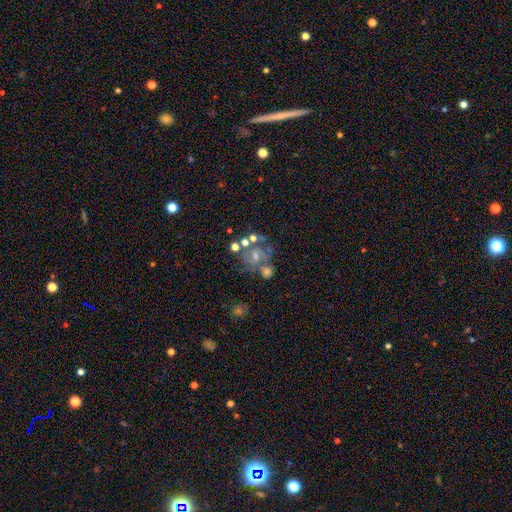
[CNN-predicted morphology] type=featured or disk (51%); edge-on=no (96%); merging=none (50%).